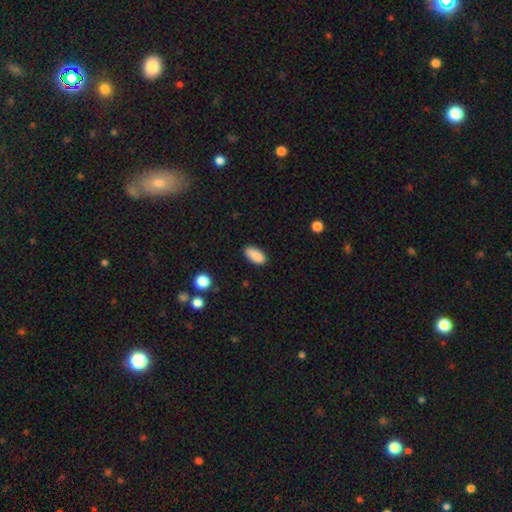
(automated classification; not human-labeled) smooth-or-featured: smooth: 89% | star or artifact: 7% | featured or disk: 4%
  how-rounded: in between: 90% | cigar-shaped: 8% | round: 3%
  merging: none: 86% | minor disturbance: 11% | major disturbance: 2% | merger: 1%